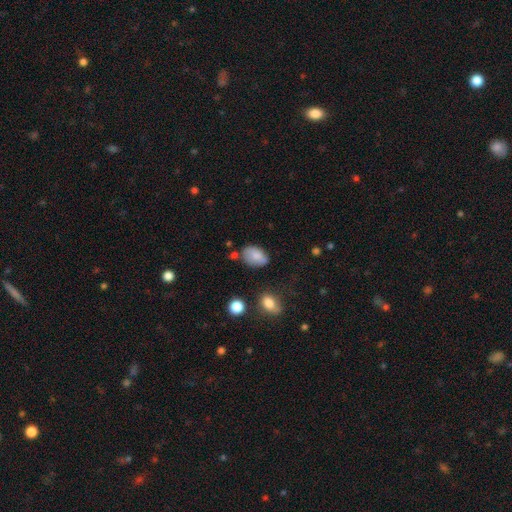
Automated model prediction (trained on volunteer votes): Smooth or featured?
  - smooth: 82% *
  - featured or disk: 10%
  - star or artifact: 8%
How rounded?
  - in between: 87% *
  - round: 12%
  - cigar-shaped: 1%
Merging?
  - none: 65% *
  - minor disturbance: 24%
  - major disturbance: 6%
  - merger: 5%